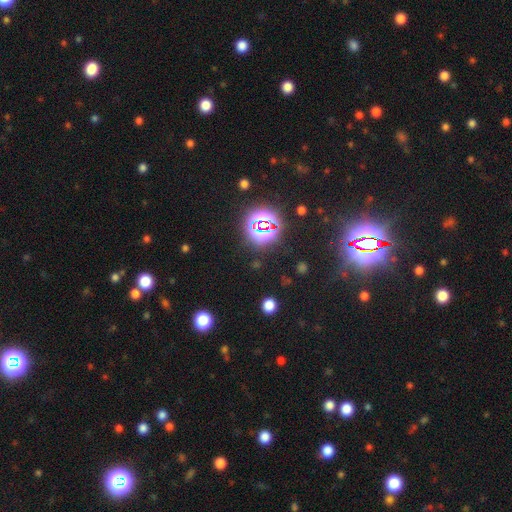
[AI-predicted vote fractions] The model was most divided on "smooth or featured": star or artifact: 81%, smooth: 12%, featured or disk: 7%.